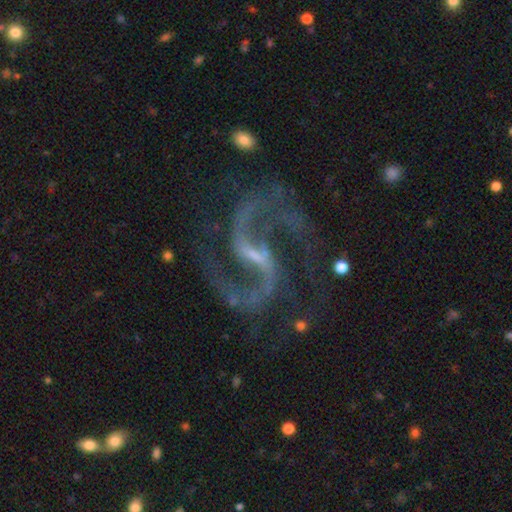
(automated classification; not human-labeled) This is clearly a featured or disk galaxy (93%). It is clearly not viewed edge-on (98%). Bar: possibly weak (49%). Spiral arm pattern: clearly yes (98%). Spiral arm count: clearly 2 (94%). Spiral winding: possibly loose (51%). Central bulge: possibly small (55%). Merging: likely none (67%).